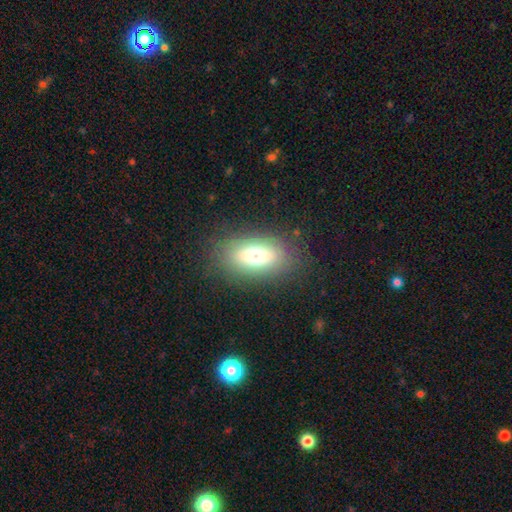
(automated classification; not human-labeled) smooth_or_featured: smooth (p=0.71) [alt: featured or disk p=0.19]
how_rounded: in between (p=0.85) [alt: cigar-shaped p=0.08]
merging: none (p=0.83) [alt: minor disturbance p=0.11]